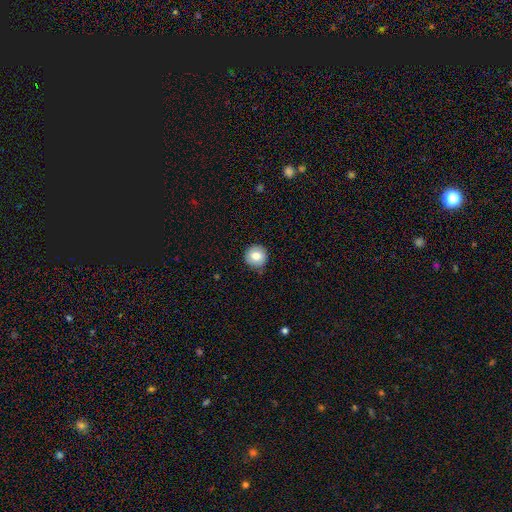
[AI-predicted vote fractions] The model was most divided on "smooth or featured": smooth: 79%, featured or disk: 12%, star or artifact: 9%. More confident: how rounded — round (94%); merging — none (86%).